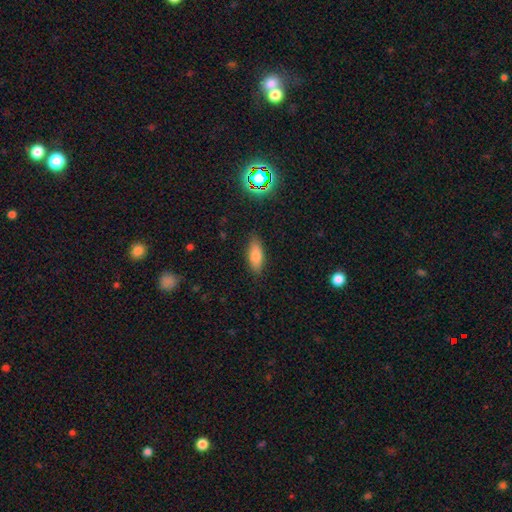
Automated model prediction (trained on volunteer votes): smooth-or-featured: smooth: 77% | featured or disk: 13% | star or artifact: 9%
  how-rounded: in between: 72% | cigar-shaped: 25% | round: 3%
  merging: none: 86% | minor disturbance: 11% | major disturbance: 2% | merger: 1%